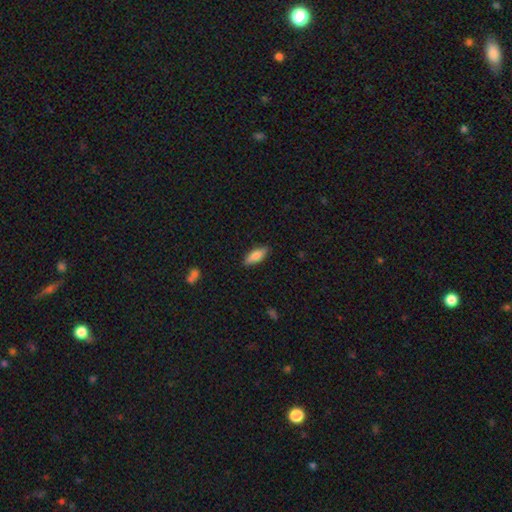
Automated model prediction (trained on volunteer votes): Smooth or featured? smooth (80%)
How rounded? in between (64%)
Merging? none (86%)